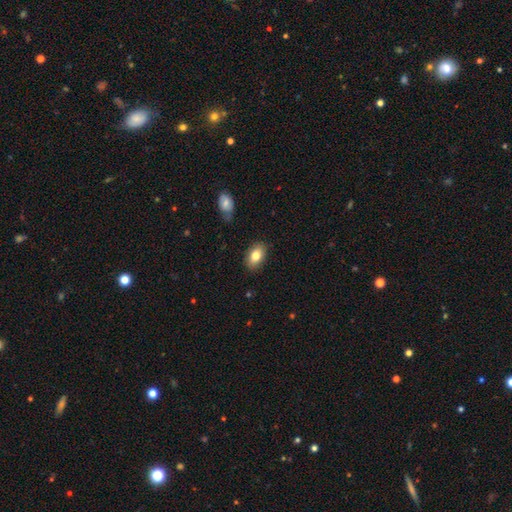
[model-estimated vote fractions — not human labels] This is clearly a smooth galaxy (81%). How rounded: clearly in between (90%). Merging: clearly none (85%).